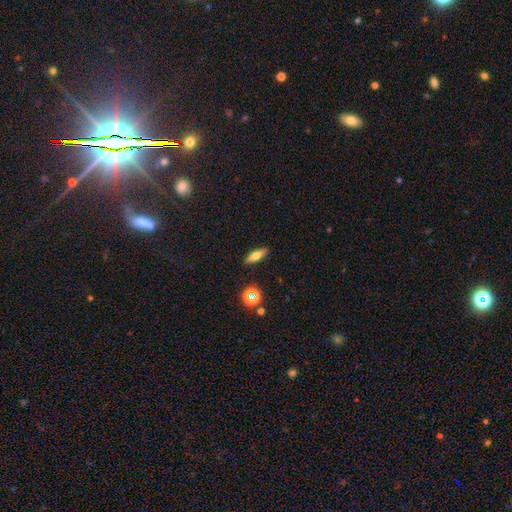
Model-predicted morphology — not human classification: Smooth or featured? smooth (59%)
How rounded? cigar-shaped (50%)
Merging? none (88%)